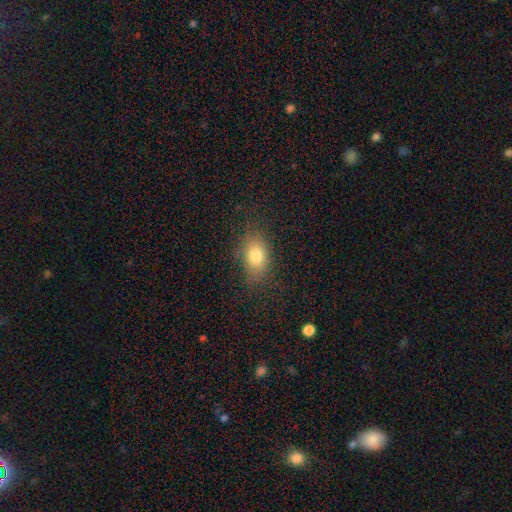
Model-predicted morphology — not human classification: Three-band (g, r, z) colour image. It shows a smooth galaxy with no disk features (79%) that is in between round and cigar-shaped (78%). Merging: none (78%).